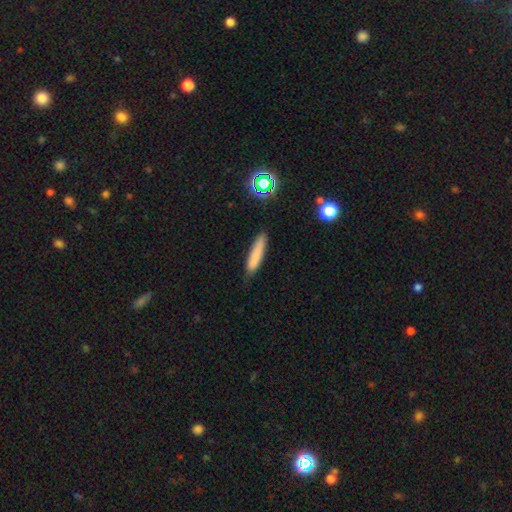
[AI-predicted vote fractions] Q: Smooth or featured?
A: smooth (81%); runner-up: featured or disk (11%)
Q: How rounded?
A: cigar-shaped (83%); runner-up: in between (15%)
Q: Merging?
A: none (81%); runner-up: minor disturbance (15%)